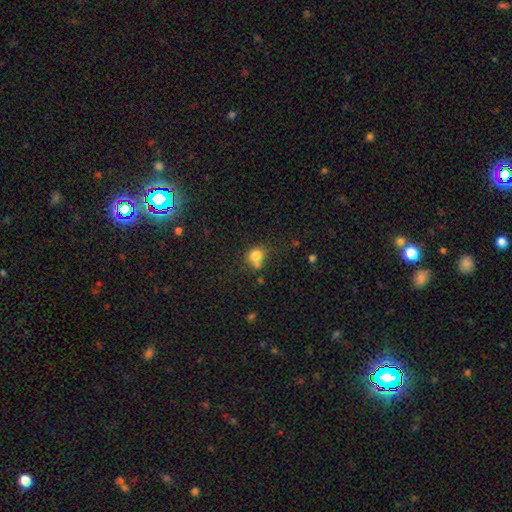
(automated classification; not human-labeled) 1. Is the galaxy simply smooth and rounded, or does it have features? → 79% smooth, 12% star or artifact, 9% featured or disk.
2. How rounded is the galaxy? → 62% round, 37% in between, 1% cigar-shaped.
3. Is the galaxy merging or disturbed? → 44% none, 33% merger, 16% minor disturbance, 7% major disturbance.